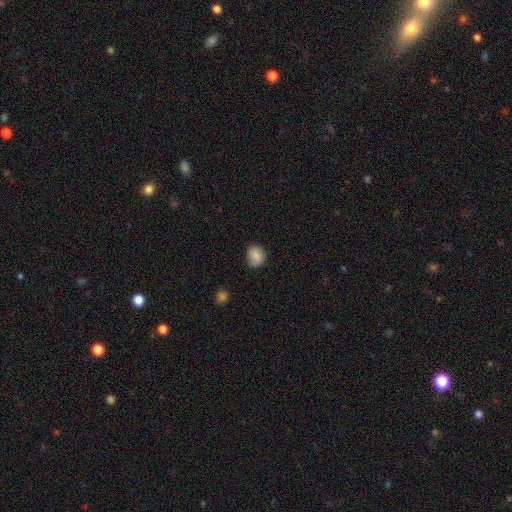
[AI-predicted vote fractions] smooth_or_featured: smooth (p=0.83) [alt: star or artifact p=0.08]
how_rounded: round (p=0.66) [alt: in between p=0.33]
merging: none (p=0.75) [alt: minor disturbance p=0.20]